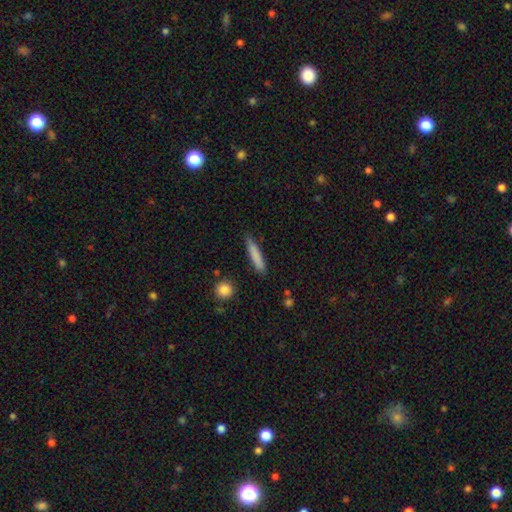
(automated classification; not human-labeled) Smooth or featured: smooth — 81% (featured or disk — 13%)
How rounded: cigar-shaped — 90% (in between — 8%)
Merging: none — 84% (minor disturbance — 12%)